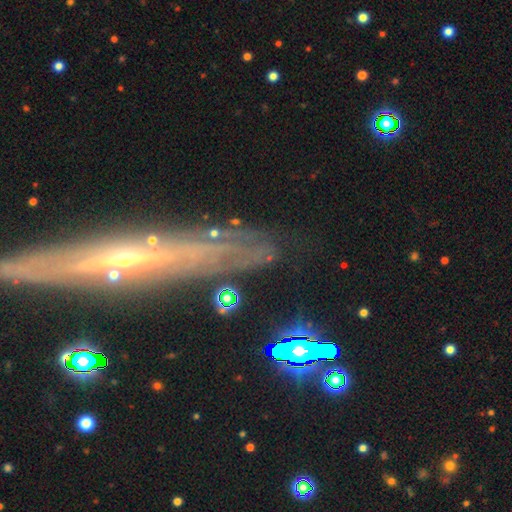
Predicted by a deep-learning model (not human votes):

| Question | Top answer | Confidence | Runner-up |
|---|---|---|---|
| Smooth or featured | featured or disk | 43% | star or artifact (35%) |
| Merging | none | 70% | minor disturbance (15%) |